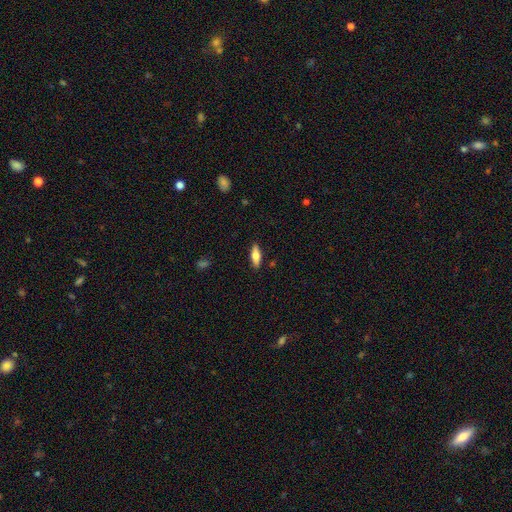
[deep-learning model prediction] smooth_or_featured: smooth (p=0.66) [alt: featured or disk p=0.28]
how_rounded: in between (p=0.60) [alt: cigar-shaped p=0.38]
merging: none (p=0.88) [alt: minor disturbance p=0.09]